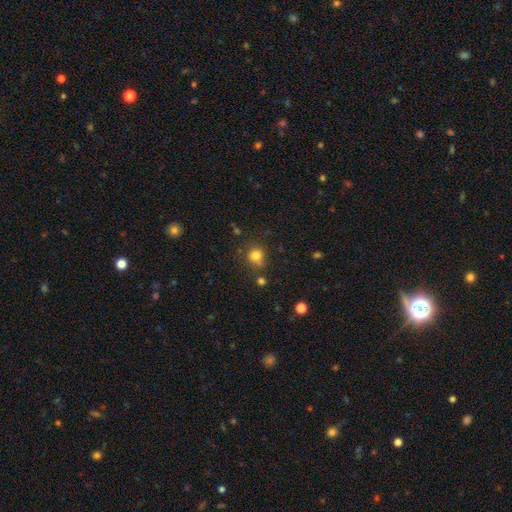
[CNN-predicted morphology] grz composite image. It shows a smooth galaxy with no disk features (79%) that is round (84%). Merging: none (66%).